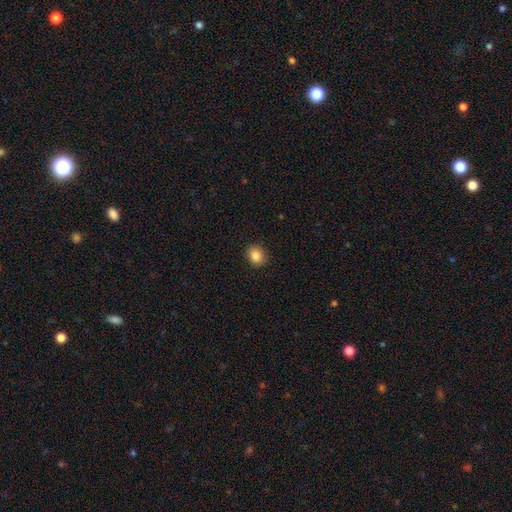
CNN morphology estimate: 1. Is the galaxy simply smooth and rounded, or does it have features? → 86% smooth, 10% star or artifact, 4% featured or disk.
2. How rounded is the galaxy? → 64% round, 35% in between, 1% cigar-shaped.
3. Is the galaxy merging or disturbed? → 90% none, 7% minor disturbance, 2% major disturbance, 1% merger.